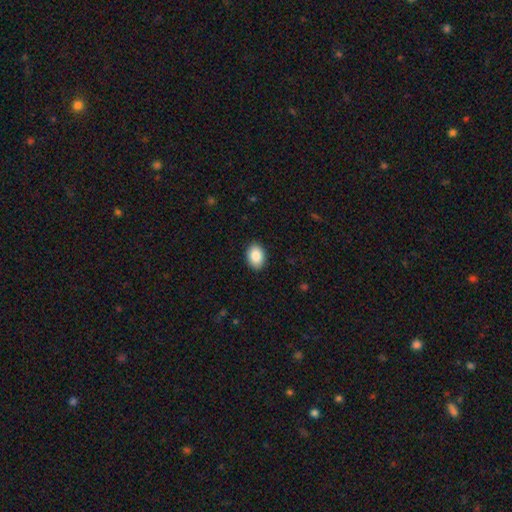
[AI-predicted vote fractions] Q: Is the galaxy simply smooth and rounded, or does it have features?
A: smooth — 88%.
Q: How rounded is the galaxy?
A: in between — 78%.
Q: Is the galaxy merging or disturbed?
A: none — 90%.